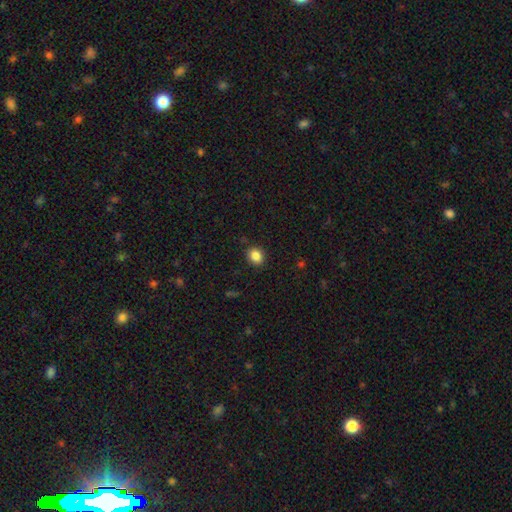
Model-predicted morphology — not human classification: Smooth or featured? Predicted: smooth (p=0.85). How rounded? Predicted: round (p=0.65). Merging? Predicted: none (p=0.89).